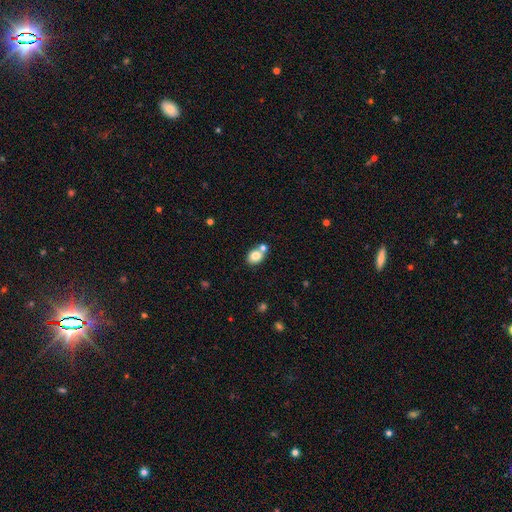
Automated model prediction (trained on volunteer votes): This is likely a smooth galaxy (80%). How rounded: possibly in between (57%). Merging: possibly none (52%).